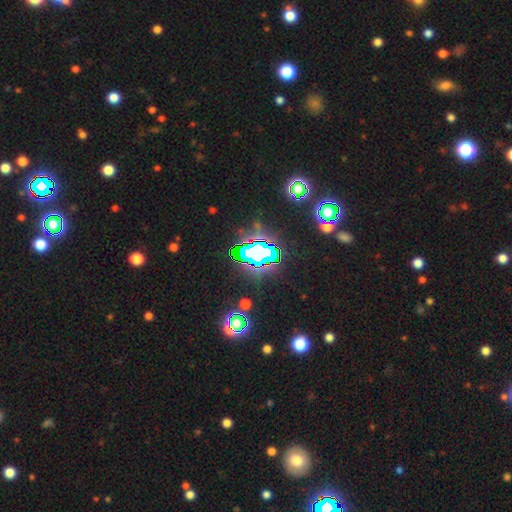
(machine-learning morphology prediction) The model was most divided on "smooth or featured": star or artifact: 75%, smooth: 14%, featured or disk: 11%.